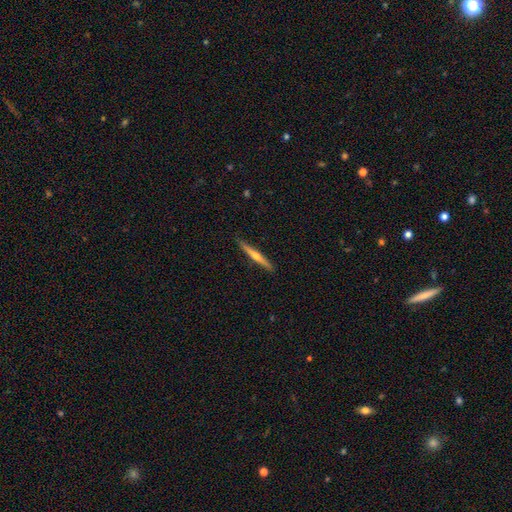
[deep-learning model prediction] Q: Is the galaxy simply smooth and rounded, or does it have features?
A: featured or disk — 65%.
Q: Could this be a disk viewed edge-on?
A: yes — 98%.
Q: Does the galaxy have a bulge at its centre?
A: rounded — 82%.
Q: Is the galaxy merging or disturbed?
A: none — 90%.